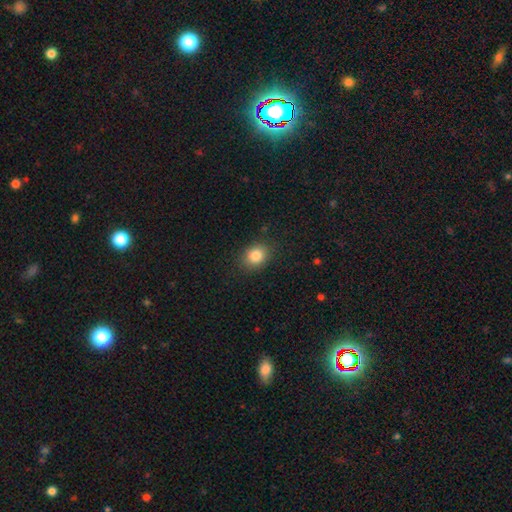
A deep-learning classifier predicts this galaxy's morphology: A smooth galaxy with no disk features (84%) that is round (53%).

Vote fractions:
- Smooth or featured? smooth: 84% / star or artifact: 10% / featured or disk: 6%
- How rounded? round: 53% / in between: 46% / cigar-shaped: 1%
- Merging? none: 85% / minor disturbance: 11% / major disturbance: 3% / merger: 1%